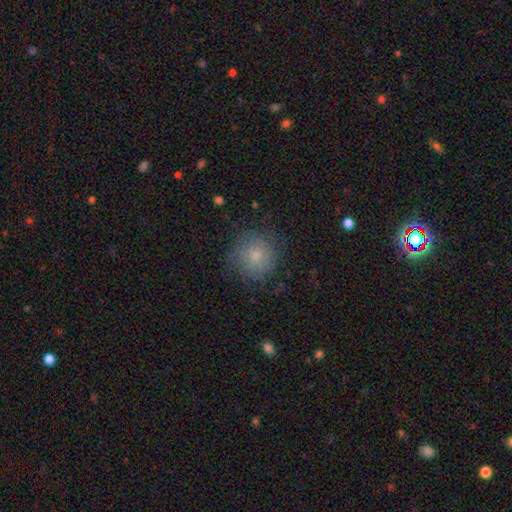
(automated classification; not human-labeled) smooth-or-featured: smooth: 76% | featured or disk: 14% | star or artifact: 10%
  how-rounded: round: 92% | in between: 7% | cigar-shaped: 1%
  merging: none: 78% | minor disturbance: 15% | major disturbance: 6% | merger: 1%